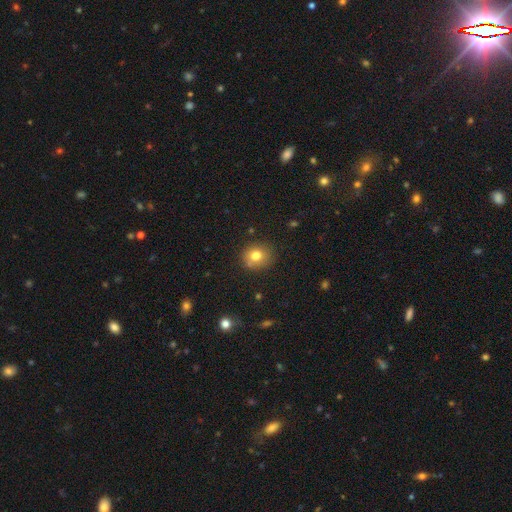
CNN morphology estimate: Smooth or featured?
  - smooth: 77% *
  - star or artifact: 12%
  - featured or disk: 11%
How rounded?
  - round: 76% *
  - in between: 23%
  - cigar-shaped: 1%
Merging?
  - none: 77% *
  - minor disturbance: 14%
  - merger: 6%
  - major disturbance: 4%